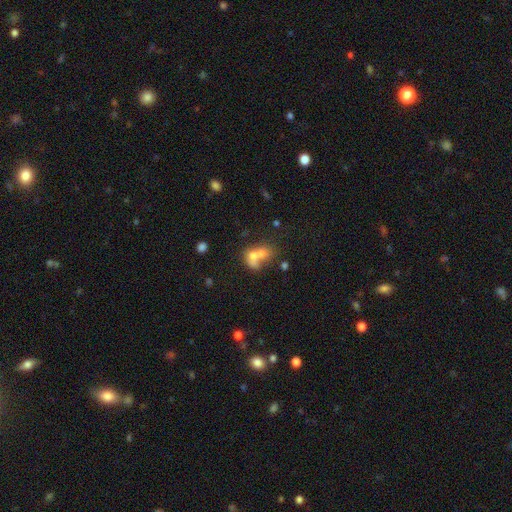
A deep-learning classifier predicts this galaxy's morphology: A smooth galaxy with no disk features (63%) that is in between round and cigar-shaped (57%). Merging: merger (70%).